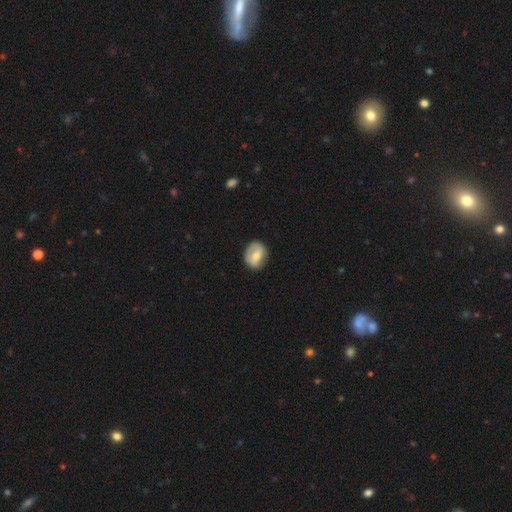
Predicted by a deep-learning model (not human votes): The model was most divided on "how rounded": in between: 50%, round: 49%, cigar-shaped: 1%. More confident: merging — none (77%); smooth or featured — smooth (65%).